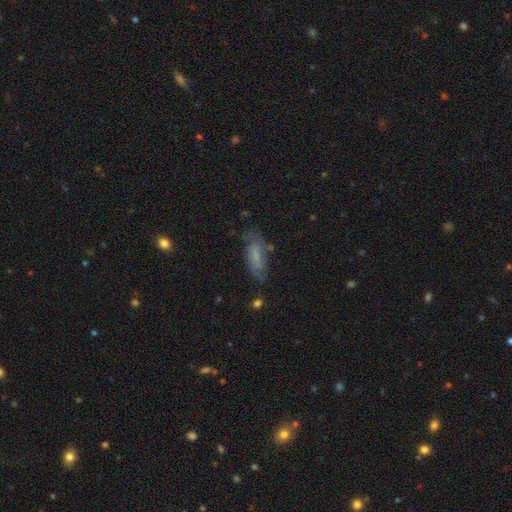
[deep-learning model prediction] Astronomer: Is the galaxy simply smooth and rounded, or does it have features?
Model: smooth — 48% (runner-up: featured or disk, 42%).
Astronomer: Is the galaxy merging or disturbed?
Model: none — 65%.